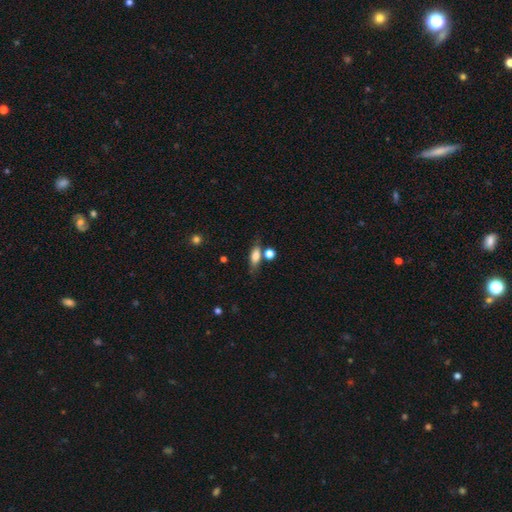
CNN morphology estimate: This is likely a smooth galaxy (74%). How rounded: likely in between (67%). Merging: likely none (65%).